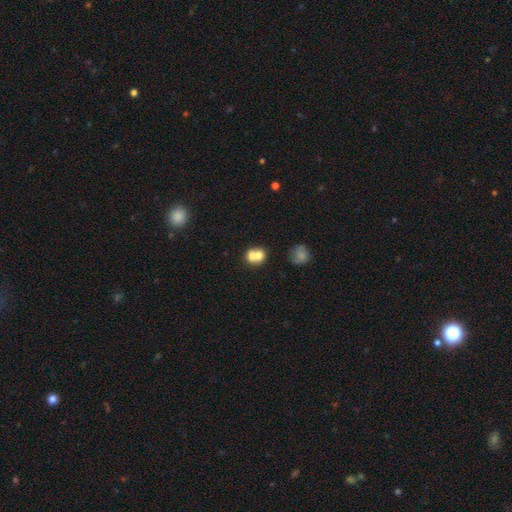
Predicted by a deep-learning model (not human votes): Morphology: type=smooth (68%); roundness=round (69%); merging=merger (63%).